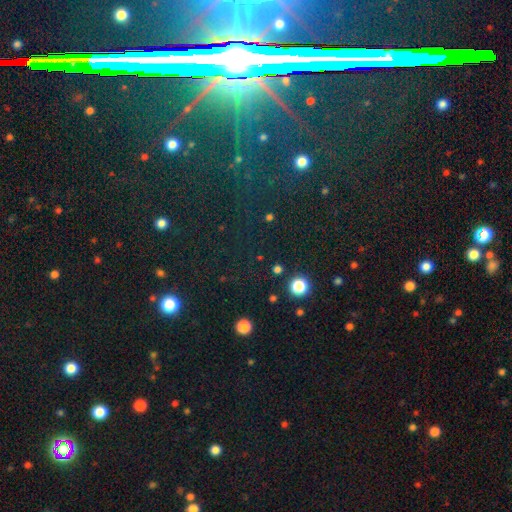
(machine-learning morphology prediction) Smooth or featured?
  - star or artifact: 75% *
  - smooth: 14%
  - featured or disk: 11%